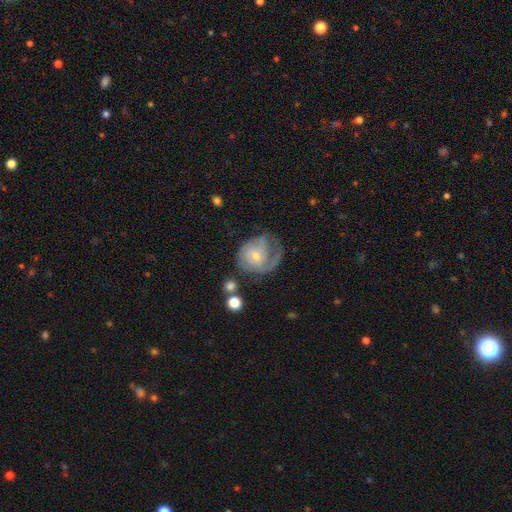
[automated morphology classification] This is likely a featured or disk galaxy (75%). It is clearly not viewed edge-on (97%). Bar: likely no (67%). Spiral arm pattern: clearly yes (88%). Spiral arm count: marginally 2 (31%). Spiral winding: possibly tight (50%). Central bulge: likely small (63%). Merging: possibly none (45%).